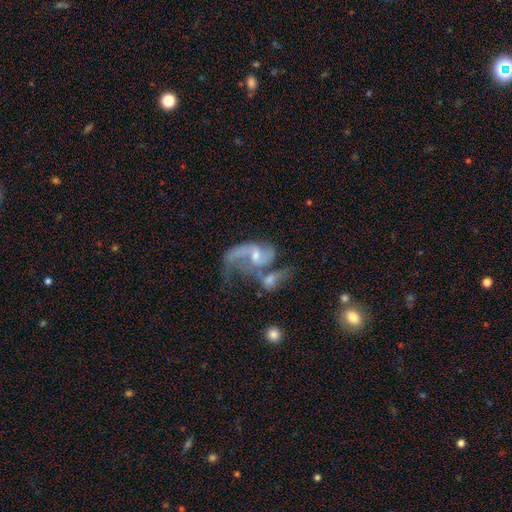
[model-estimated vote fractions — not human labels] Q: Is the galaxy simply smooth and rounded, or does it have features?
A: featured or disk — 83%.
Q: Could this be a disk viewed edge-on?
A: no — 97%.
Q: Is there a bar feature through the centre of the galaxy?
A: no — 46%.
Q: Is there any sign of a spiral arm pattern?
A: yes — 92%.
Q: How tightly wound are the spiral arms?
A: loose — 64%.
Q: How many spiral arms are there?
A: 2 — 76%.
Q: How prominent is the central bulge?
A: small — 45%.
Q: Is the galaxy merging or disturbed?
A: merger — 49%.